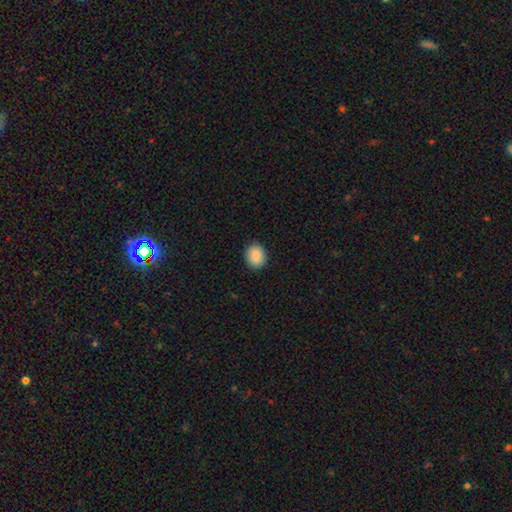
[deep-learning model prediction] Smooth or featured? Predicted: smooth (p=0.88). How rounded? Predicted: round (p=0.65). Merging? Predicted: none (p=0.89).